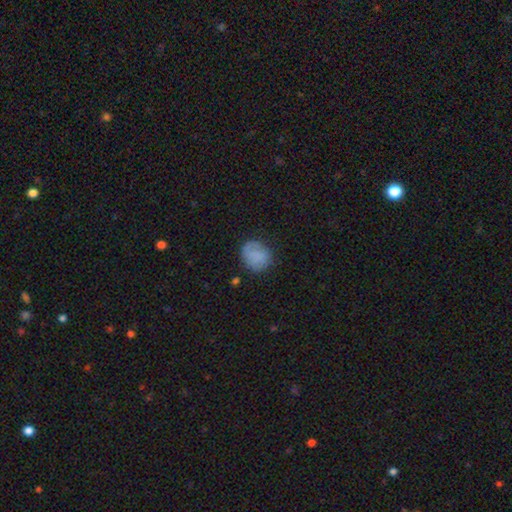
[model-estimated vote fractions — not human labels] Smooth or featured: smooth — 73% (featured or disk — 18%)
How rounded: round — 70% (in between — 29%)
Merging: none — 67% (minor disturbance — 23%)